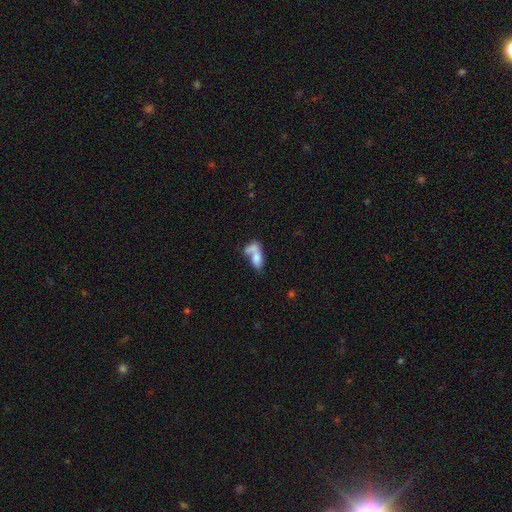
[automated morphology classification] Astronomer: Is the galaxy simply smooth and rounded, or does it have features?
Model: smooth — 70%.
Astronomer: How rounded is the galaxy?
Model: in between — 81%.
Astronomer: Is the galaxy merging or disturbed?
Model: merger — 58%.